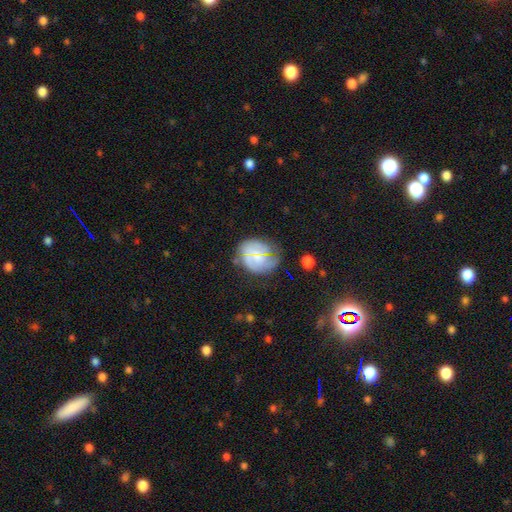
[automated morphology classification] smooth-or-featured: smooth: 49% | featured or disk: 37% | star or artifact: 15%
  merging: none: 63% | minor disturbance: 23% | major disturbance: 10% | merger: 4%